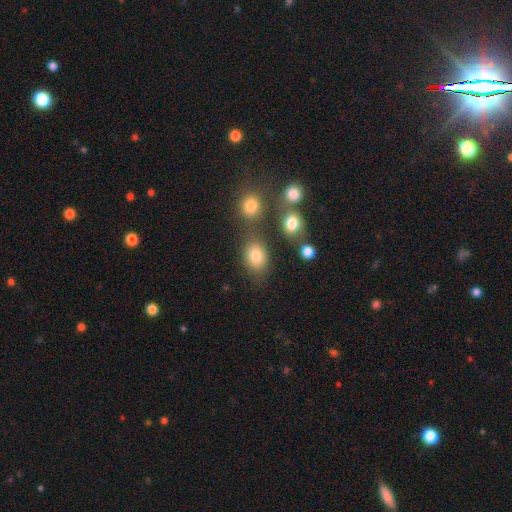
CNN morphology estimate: type=smooth (80%); roundness=in between (58%); merging=none (68%).